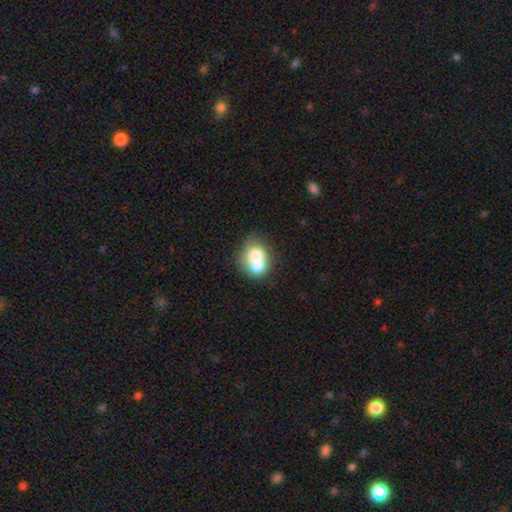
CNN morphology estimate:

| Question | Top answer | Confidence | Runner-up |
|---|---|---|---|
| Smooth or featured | smooth | 66% | featured or disk (25%) |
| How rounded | round | 63% | in between (36%) |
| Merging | merger | 69% | none (21%) |